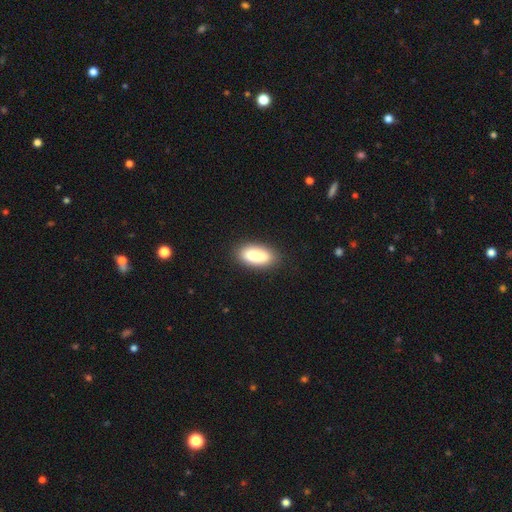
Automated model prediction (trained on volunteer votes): Smooth or featured? Predicted: smooth (p=0.88). How rounded? Predicted: in between (p=0.87). Merging? Predicted: none (p=0.87).